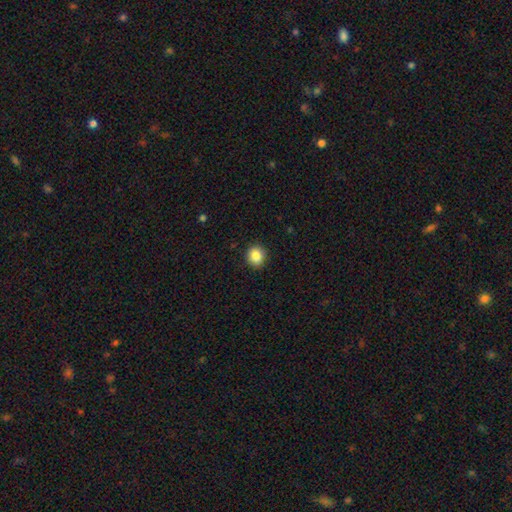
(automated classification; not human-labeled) A smooth galaxy with no disk features (86%) that is round (81%). Merging: none (91%).